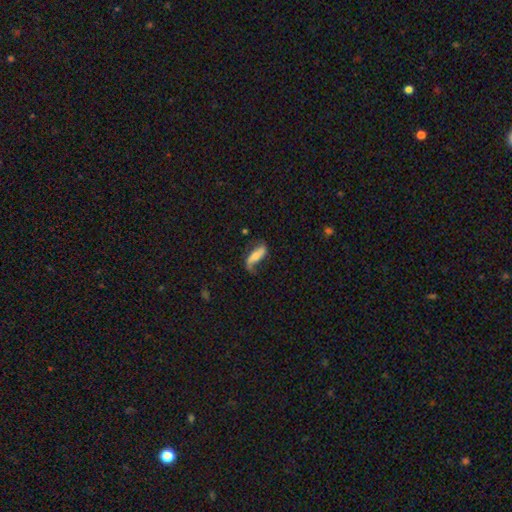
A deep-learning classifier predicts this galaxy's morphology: Overall: featured or disk (52%; smooth 40%). Edge-on disk: no (85%). Merging: none (49%; minor disturbance 26%).